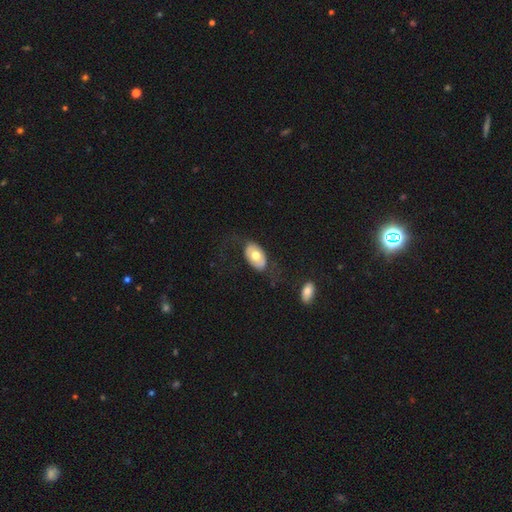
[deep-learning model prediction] This is possibly a smooth galaxy (58%). How rounded: clearly in between (92%). Merging: likely none (67%).